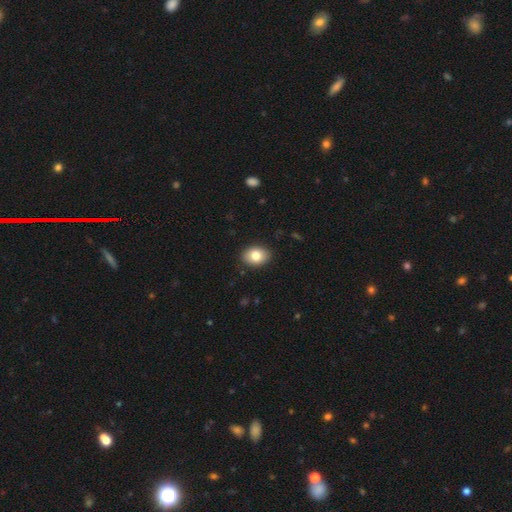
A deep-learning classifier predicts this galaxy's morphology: This is clearly a smooth galaxy (82%). How rounded: likely in between (76%). Merging: clearly none (89%).